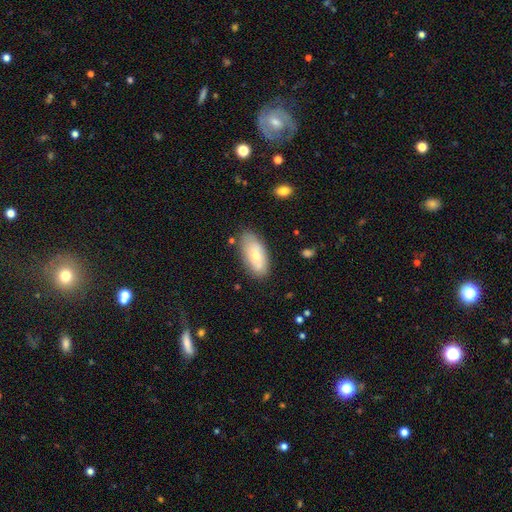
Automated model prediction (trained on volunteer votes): Smooth or featured: smooth — 67% (featured or disk — 27%)
How rounded: in between — 90% (cigar-shaped — 8%)
Merging: none — 76% (minor disturbance — 17%)